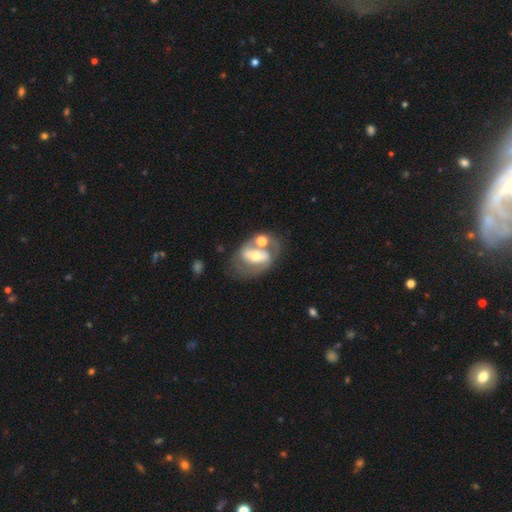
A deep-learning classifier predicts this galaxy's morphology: Smooth or featured? Predicted: featured or disk (p=0.72). Edge-on disk? Predicted: no (p=0.94). Bar? Predicted: strong (p=0.52). Spiral arms? Predicted: yes (p=0.60). Bulge size? Predicted: moderate (p=0.62). Merging? Predicted: none (p=0.47).